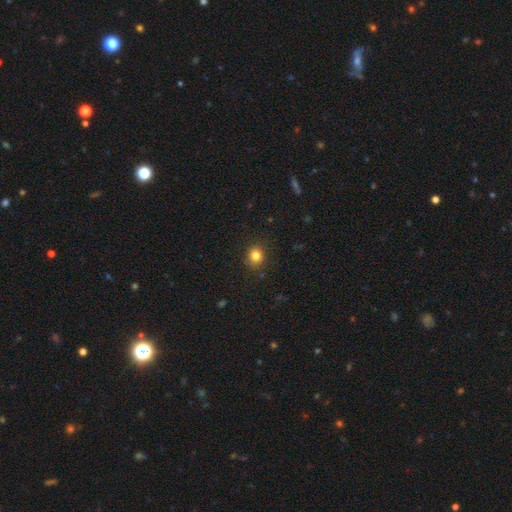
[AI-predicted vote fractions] smooth-or-featured: smooth: 83% | star or artifact: 12% | featured or disk: 5%
  how-rounded: round: 79% | in between: 20% | cigar-shaped: 1%
  merging: none: 87% | minor disturbance: 9% | major disturbance: 3% | merger: 1%